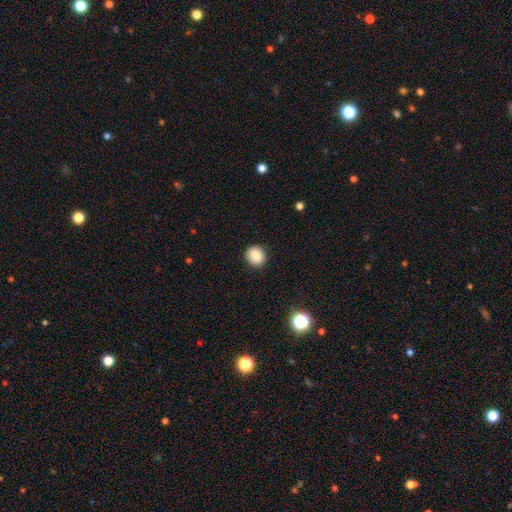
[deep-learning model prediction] smooth 88%, star or artifact 9%, featured or disk 3%. Down the decision tree: how rounded — round (80%); merging — none (90%).